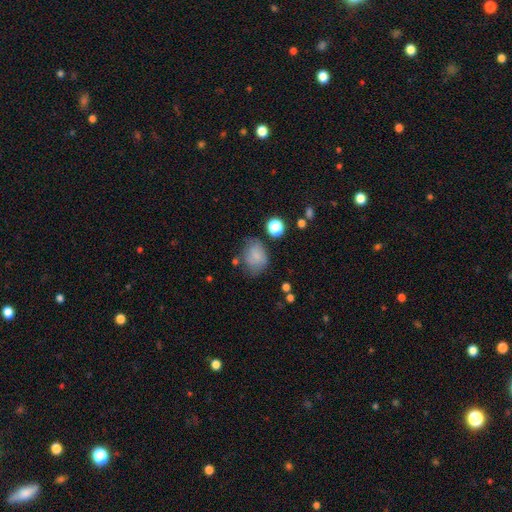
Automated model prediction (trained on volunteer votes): Q: Smooth or featured?
A: smooth (73%); runner-up: featured or disk (16%)
Q: How rounded?
A: in between (56%); runner-up: round (43%)
Q: Merging?
A: none (50%); runner-up: minor disturbance (30%)